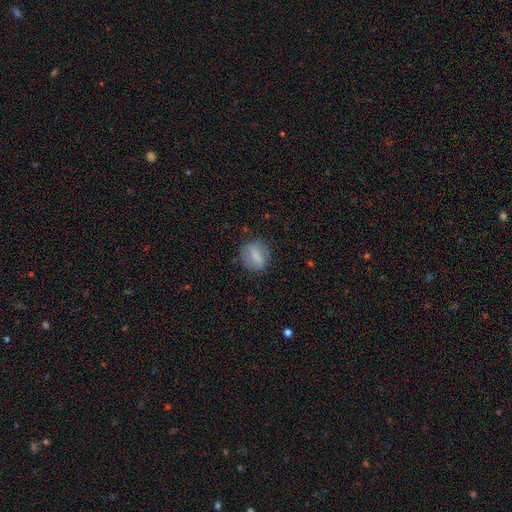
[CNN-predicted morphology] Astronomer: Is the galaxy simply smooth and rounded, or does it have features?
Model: smooth — 68%.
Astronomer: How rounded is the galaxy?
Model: in between — 51% (runner-up: round, 44%).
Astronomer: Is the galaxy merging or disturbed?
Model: none — 76%.